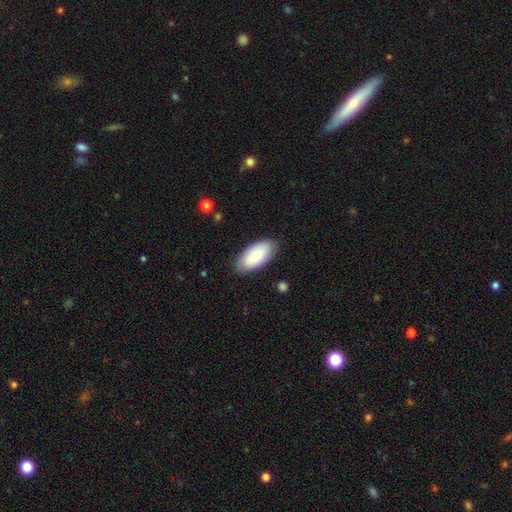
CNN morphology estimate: Smooth or featured? Predicted: smooth (p=0.82). How rounded? Predicted: in between (p=0.92). Merging? Predicted: none (p=0.84).